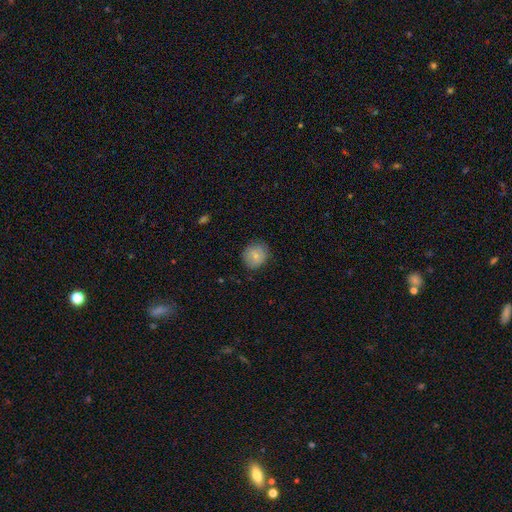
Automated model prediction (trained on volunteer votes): Smooth or featured? Predicted: smooth (p=0.79). How rounded? Predicted: round (p=0.84). Merging? Predicted: none (p=0.80).